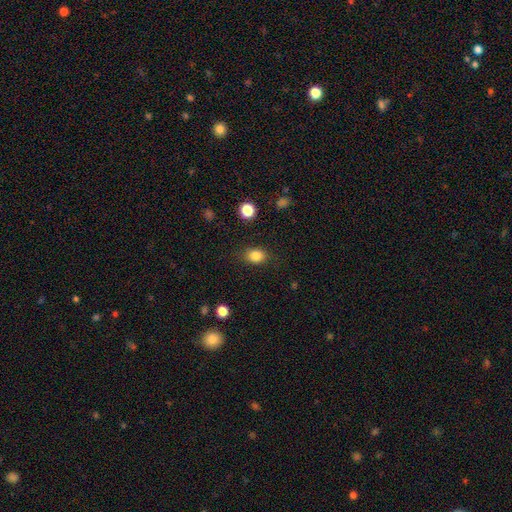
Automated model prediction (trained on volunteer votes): Smooth or featured? smooth (84%)
How rounded? in between (58%)
Merging? none (83%)